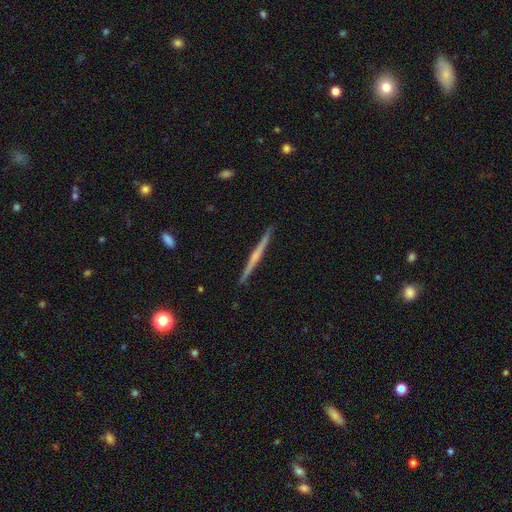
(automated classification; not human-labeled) A featured or disk galaxy (67%) viewed edge-on (98%) with no central bulge (52%). Merging: none (92%).